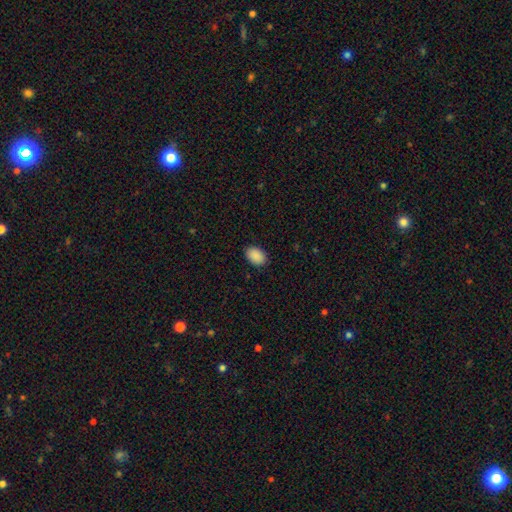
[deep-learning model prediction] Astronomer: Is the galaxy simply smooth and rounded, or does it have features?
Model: smooth — 90%.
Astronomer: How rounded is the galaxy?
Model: in between — 83%.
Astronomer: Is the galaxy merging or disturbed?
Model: none — 89%.